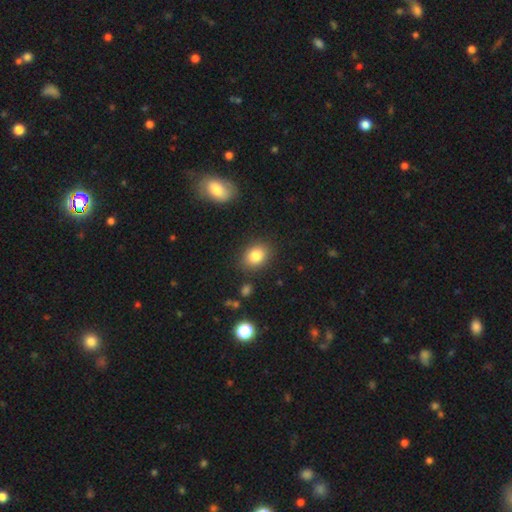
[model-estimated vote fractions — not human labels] Smooth or featured: smooth — 83% (star or artifact — 10%)
How rounded: in between — 52% (round — 46%)
Merging: none — 85% (minor disturbance — 10%)